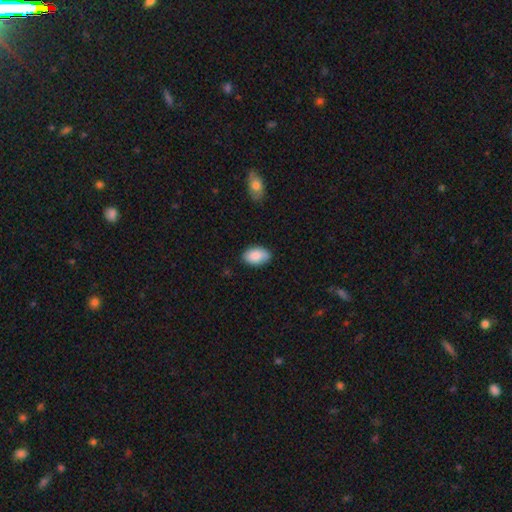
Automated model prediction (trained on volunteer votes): The model was most divided on "merging": none: 78%, minor disturbance: 17%, major disturbance: 3%, merger: 1%. More confident: how rounded — in between (92%); smooth or featured — smooth (85%).